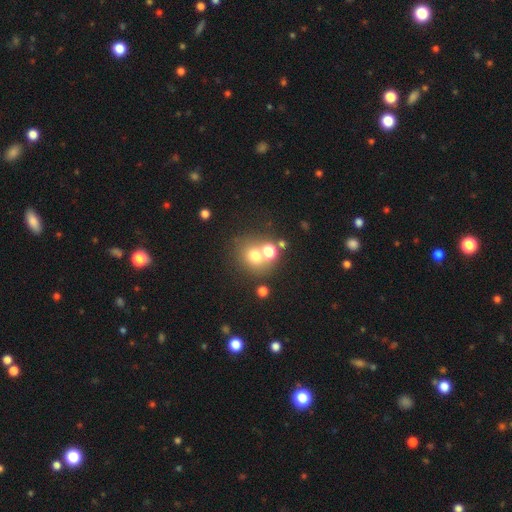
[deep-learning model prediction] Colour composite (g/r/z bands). It shows a smooth galaxy with no disk features (67%) that is round (78%). Merging: none (49%).